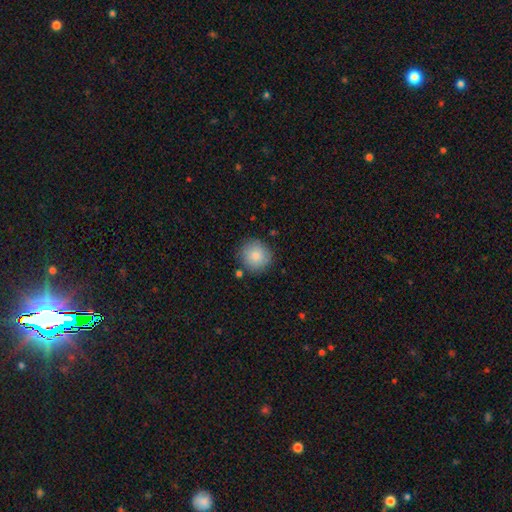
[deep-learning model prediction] smooth 83%, featured or disk 9%, star or artifact 8%. Down the decision tree: how rounded — round (93%); merging — none (84%).